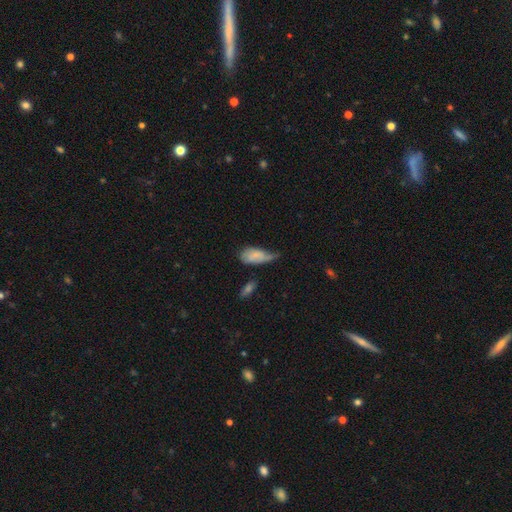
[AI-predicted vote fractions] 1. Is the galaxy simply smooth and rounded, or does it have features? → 70% smooth, 22% featured or disk, 8% star or artifact.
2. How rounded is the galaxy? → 91% in between, 5% cigar-shaped, 4% round.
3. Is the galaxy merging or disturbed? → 40% minor disturbance, 33% major disturbance, 21% none, 6% merger.